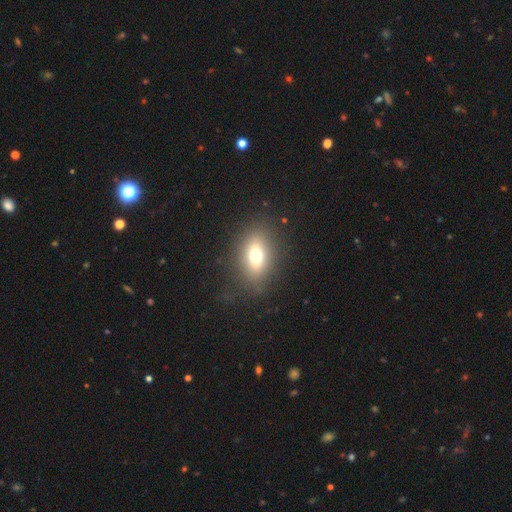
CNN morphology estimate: Q: Smooth or featured?
A: smooth (68%); runner-up: featured or disk (19%)
Q: How rounded?
A: in between (72%); runner-up: round (24%)
Q: Merging?
A: none (82%); runner-up: minor disturbance (11%)